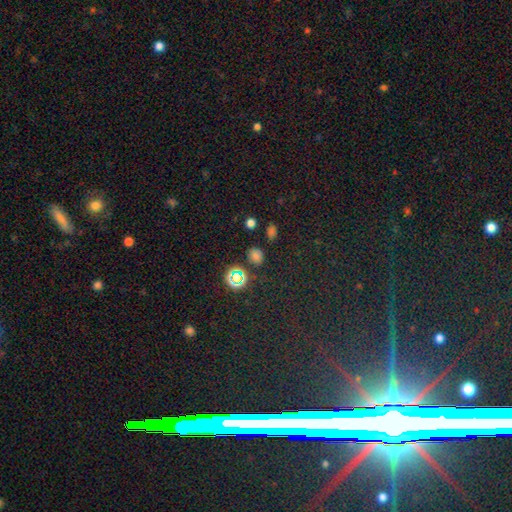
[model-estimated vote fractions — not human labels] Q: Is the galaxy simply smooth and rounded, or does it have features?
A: smooth — 64%.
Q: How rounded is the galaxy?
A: round — 57%.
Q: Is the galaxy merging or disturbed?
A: none — 81%.